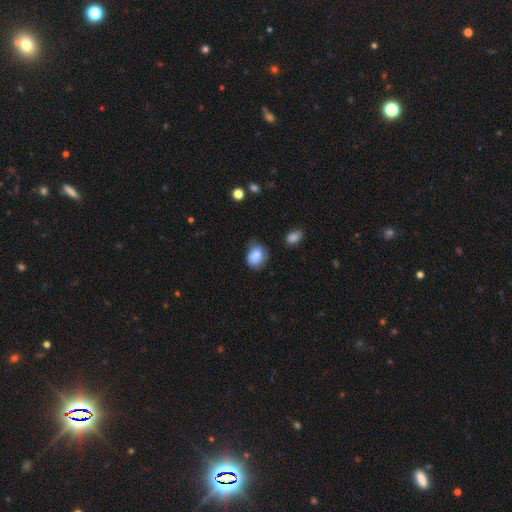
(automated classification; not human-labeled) Q: Smooth or featured?
A: smooth (85%); runner-up: star or artifact (8%)
Q: How rounded?
A: in between (52%); runner-up: round (47%)
Q: Merging?
A: none (55%); runner-up: minor disturbance (34%)